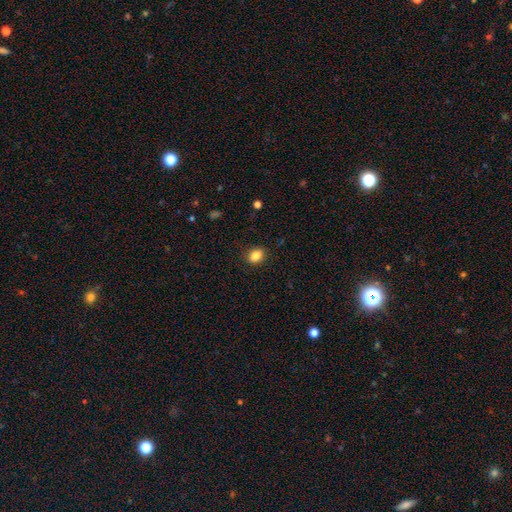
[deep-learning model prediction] smooth_or_featured: smooth (p=0.86) [alt: star or artifact p=0.09]
how_rounded: in between (p=0.67) [alt: round p=0.32]
merging: none (p=0.88) [alt: minor disturbance p=0.09]